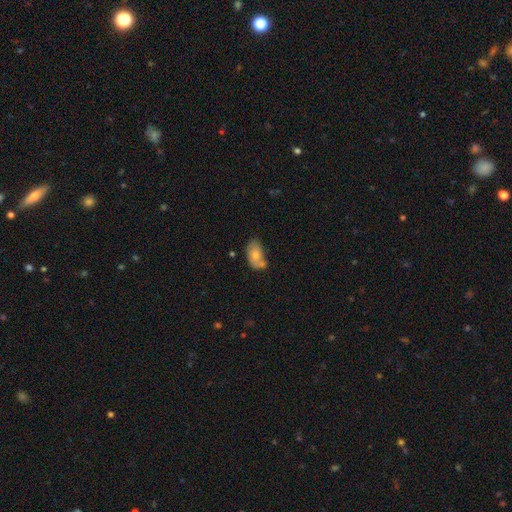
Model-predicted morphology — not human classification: This is likely a smooth galaxy (71%). How rounded: clearly in between (90%). Merging: marginally none (41%).